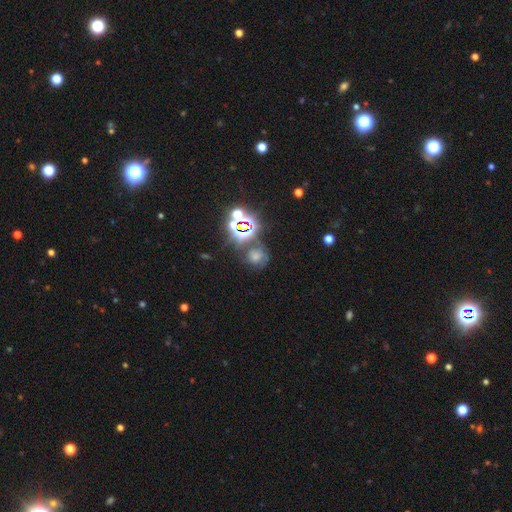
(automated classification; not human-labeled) Smooth or featured? Predicted: smooth (p=0.42). Merging? Predicted: none (p=0.58).